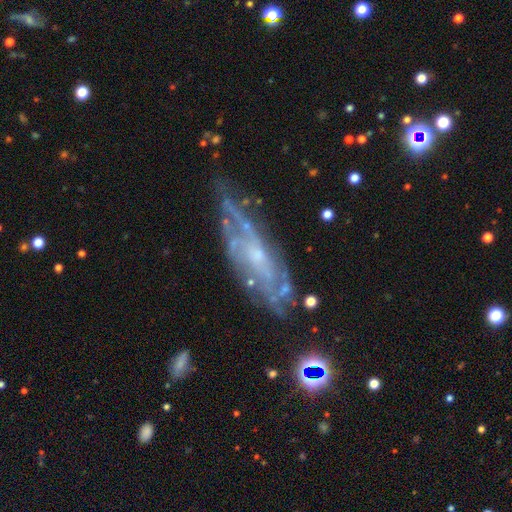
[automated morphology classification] This appears to be a featured or disk galaxy (79%) with no bar (69%), tight (52%) spiral arms (81%) and a small central bulge (66%). Merging: none (58%).